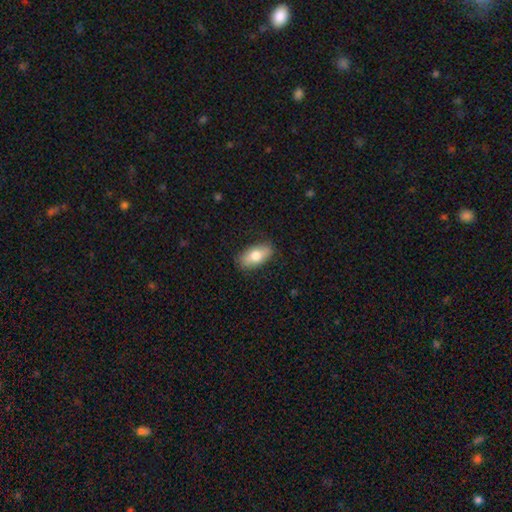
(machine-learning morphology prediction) smooth_or_featured: smooth (p=0.76) [alt: featured or disk p=0.18]
how_rounded: in between (p=0.91) [alt: cigar-shaped p=0.05]
merging: none (p=0.86) [alt: minor disturbance p=0.11]